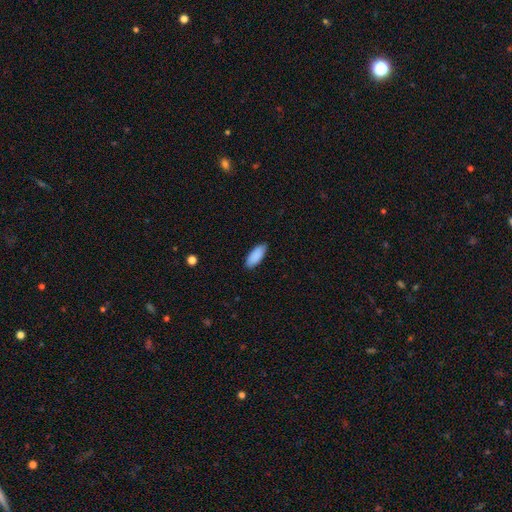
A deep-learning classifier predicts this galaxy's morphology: Smooth or featured? Predicted: smooth (p=0.90). How rounded? Predicted: in between (p=0.80). Merging? Predicted: none (p=0.87).